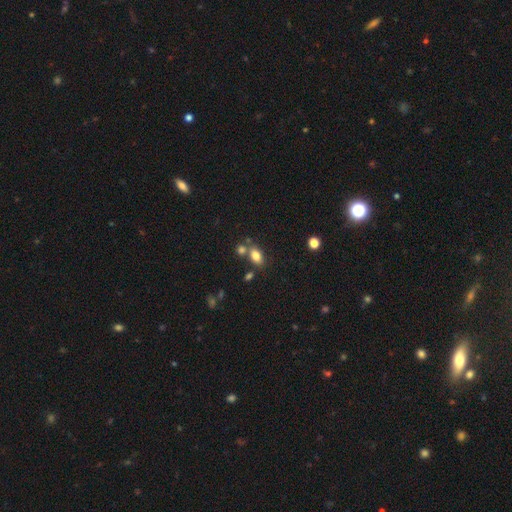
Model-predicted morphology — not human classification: A smooth galaxy with no disk features (80%) that is in between round and cigar-shaped (84%).

Vote fractions:
- Smooth or featured? smooth: 80% / star or artifact: 10% / featured or disk: 9%
- How rounded? in between: 84% / round: 13% / cigar-shaped: 2%
- Merging? none: 59% / merger: 25% / minor disturbance: 12% / major disturbance: 4%